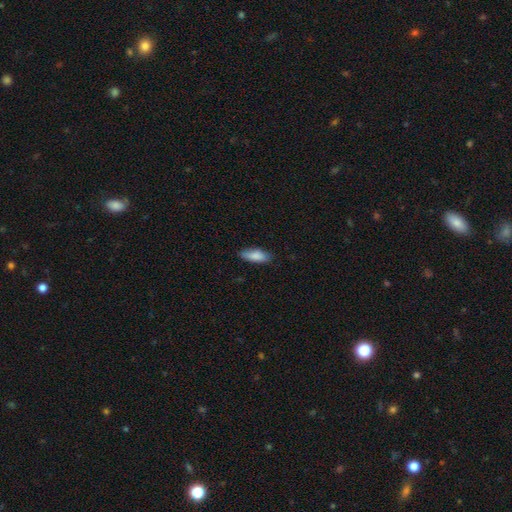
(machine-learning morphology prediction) Q: Smooth or featured?
A: smooth (85%); runner-up: featured or disk (8%)
Q: How rounded?
A: in between (70%); runner-up: cigar-shaped (28%)
Q: Merging?
A: none (80%); runner-up: minor disturbance (16%)